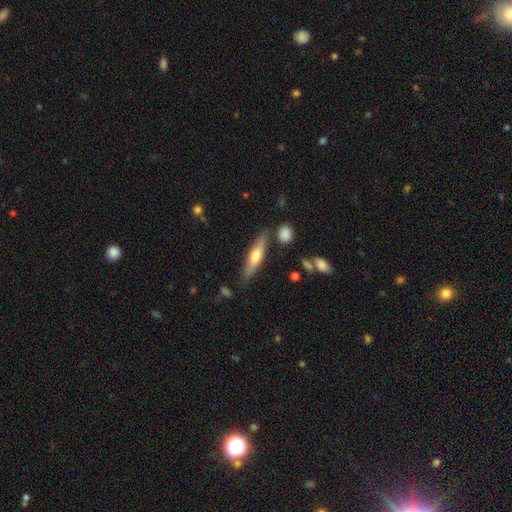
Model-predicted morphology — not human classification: type=featured or disk (49%); merging=none (81%).